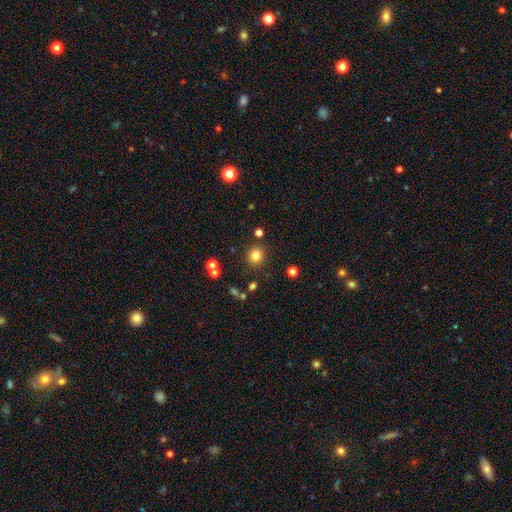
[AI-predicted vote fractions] Smooth or featured?
  - smooth: 81% *
  - star or artifact: 13%
  - featured or disk: 6%
How rounded?
  - round: 88% *
  - in between: 11%
  - cigar-shaped: 1%
Merging?
  - none: 86% *
  - minor disturbance: 8%
  - merger: 3%
  - major disturbance: 3%